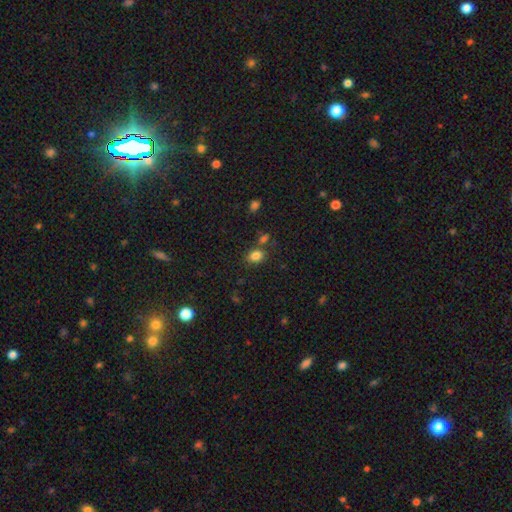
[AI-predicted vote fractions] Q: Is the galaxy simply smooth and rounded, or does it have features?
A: smooth — 83%.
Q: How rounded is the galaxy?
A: in between — 62%.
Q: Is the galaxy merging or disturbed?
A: none — 72%.